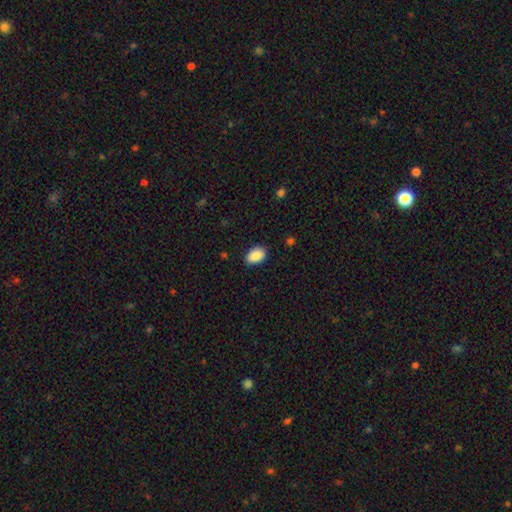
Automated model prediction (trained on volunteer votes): Q: Smooth or featured?
A: smooth (90%); runner-up: star or artifact (7%)
Q: How rounded?
A: in between (89%); runner-up: round (10%)
Q: Merging?
A: none (85%); runner-up: minor disturbance (12%)